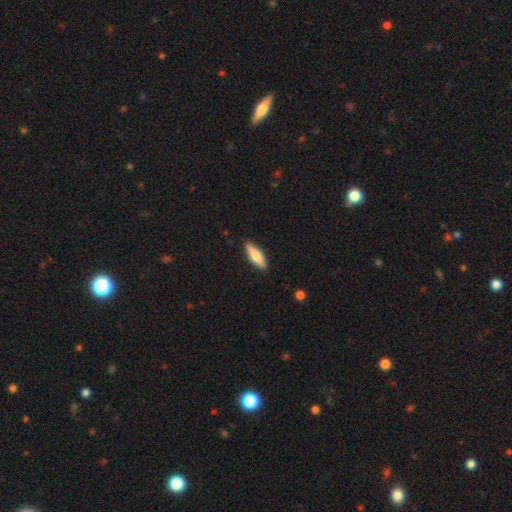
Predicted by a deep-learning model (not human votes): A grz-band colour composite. It shows a smooth galaxy with no disk features (63%) that is cigar-shaped (50%). Merging: none (89%).